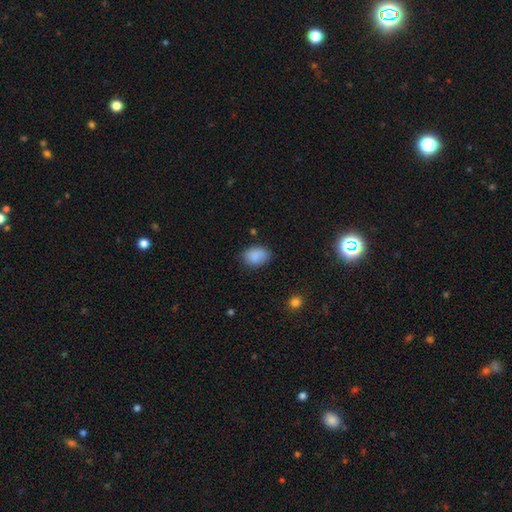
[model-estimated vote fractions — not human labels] Smooth or featured: smooth — 86% (star or artifact — 8%)
How rounded: in between — 76% (round — 23%)
Merging: none — 73% (minor disturbance — 21%)